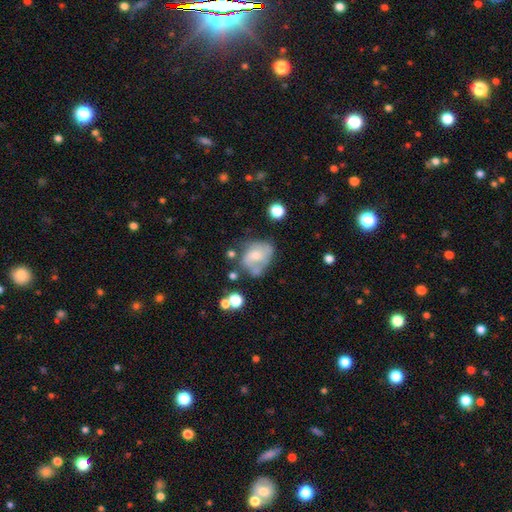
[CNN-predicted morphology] Smooth or featured? Predicted: featured or disk (p=0.50). Merging? Predicted: none (p=0.36).